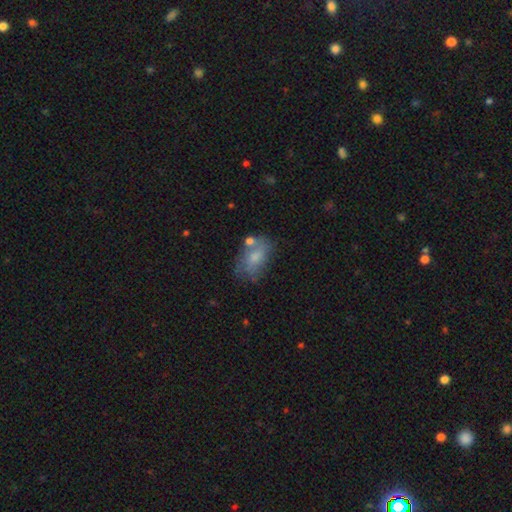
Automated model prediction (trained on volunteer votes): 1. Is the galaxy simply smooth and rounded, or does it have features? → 59% smooth, 31% featured or disk, 10% star or artifact.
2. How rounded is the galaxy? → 87% in between, 10% round, 3% cigar-shaped.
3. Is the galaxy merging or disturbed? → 51% none, 24% minor disturbance, 14% merger, 11% major disturbance.